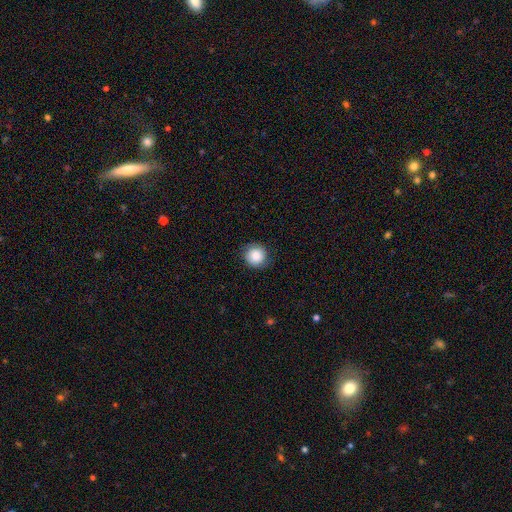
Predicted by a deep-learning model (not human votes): smooth_or_featured: smooth (p=0.84) [alt: featured or disk p=0.08]
how_rounded: round (p=0.92) [alt: in between p=0.07]
merging: none (p=0.85) [alt: minor disturbance p=0.11]